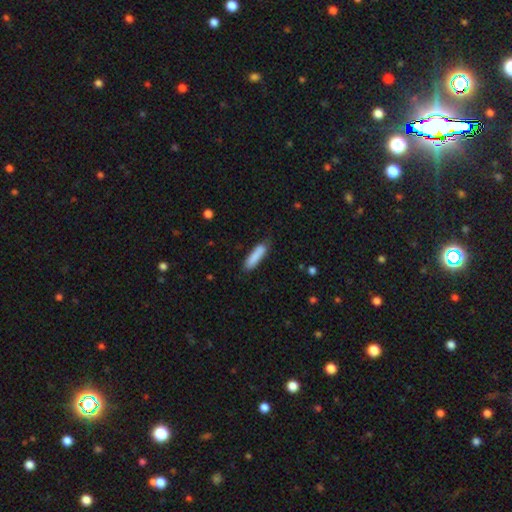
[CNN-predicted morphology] type=smooth (85%); roundness=cigar-shaped (73%); merging=none (75%).